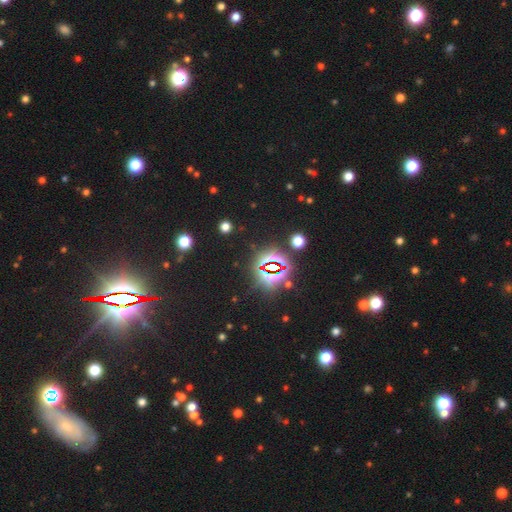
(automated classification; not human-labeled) smooth_or_featured: star or artifact (p=0.83) [alt: smooth p=0.10]